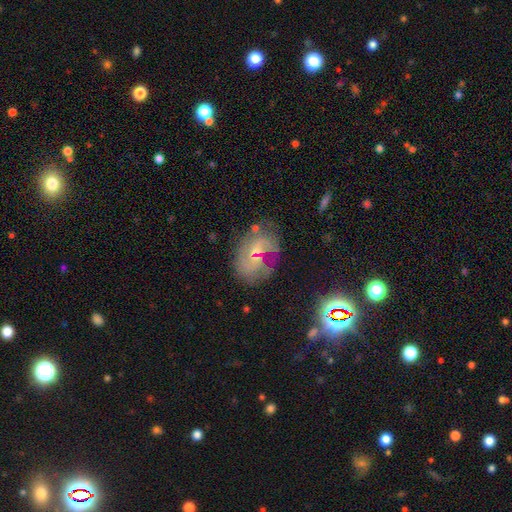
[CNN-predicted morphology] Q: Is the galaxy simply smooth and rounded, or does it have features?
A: featured or disk — 64%.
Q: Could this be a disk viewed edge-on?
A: no — 97%.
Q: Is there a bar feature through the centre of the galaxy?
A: no — 60%.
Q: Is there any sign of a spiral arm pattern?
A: yes — 77%.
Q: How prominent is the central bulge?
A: small — 72%.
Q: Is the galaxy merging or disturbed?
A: none — 53%.